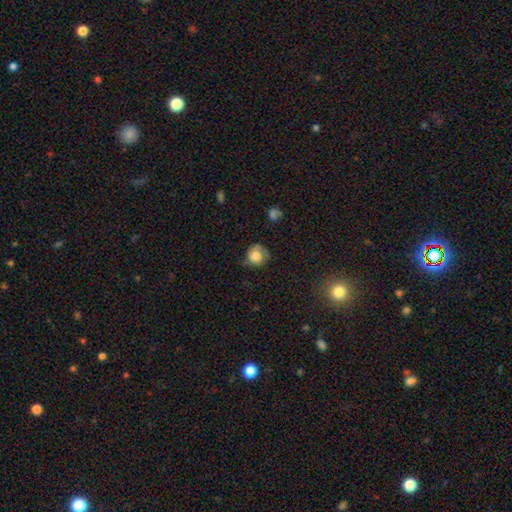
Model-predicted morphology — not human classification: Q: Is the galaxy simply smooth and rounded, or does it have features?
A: smooth — 69%.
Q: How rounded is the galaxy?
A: round — 79%.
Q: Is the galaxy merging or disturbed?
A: none — 50%.